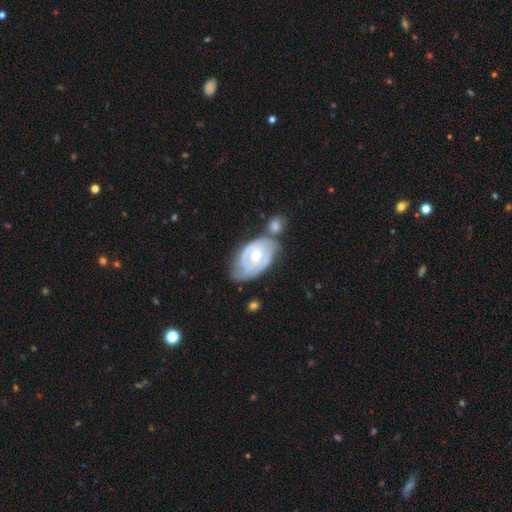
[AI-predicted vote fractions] featured or disk 79%, smooth 16%, star or artifact 5%. Down the decision tree: edge-on disk — no (95%); bar — no (55%); spiral arms — yes (88%); spiral arm count — 2 (46%); spiral winding — tight (67%); bulge size — moderate (73%); merging — none (44%).